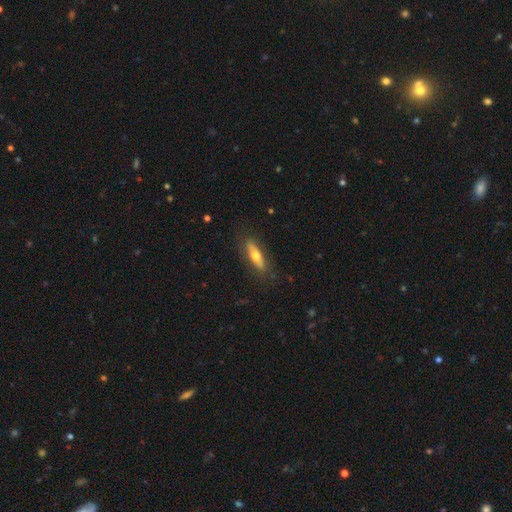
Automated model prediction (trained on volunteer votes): Smooth or featured?
  - smooth: 54% *
  - featured or disk: 40%
  - star or artifact: 6%
How rounded?
  - cigar-shaped: 55% *
  - in between: 42%
  - round: 3%
Merging?
  - none: 82% *
  - minor disturbance: 13%
  - major disturbance: 4%
  - merger: 1%